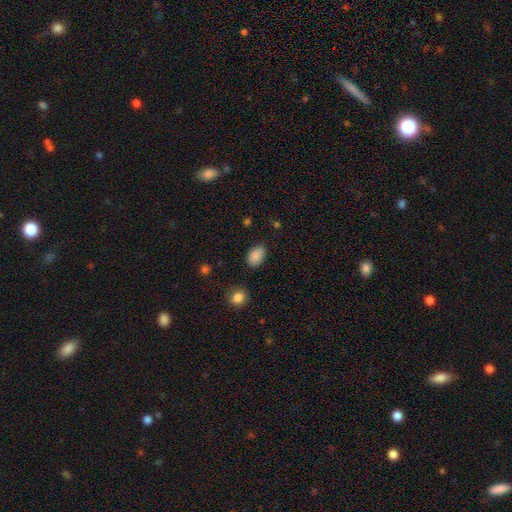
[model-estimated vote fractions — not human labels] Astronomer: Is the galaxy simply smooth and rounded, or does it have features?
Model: smooth — 87%.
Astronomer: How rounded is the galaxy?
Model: in between — 87%.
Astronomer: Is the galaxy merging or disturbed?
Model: none — 80%.